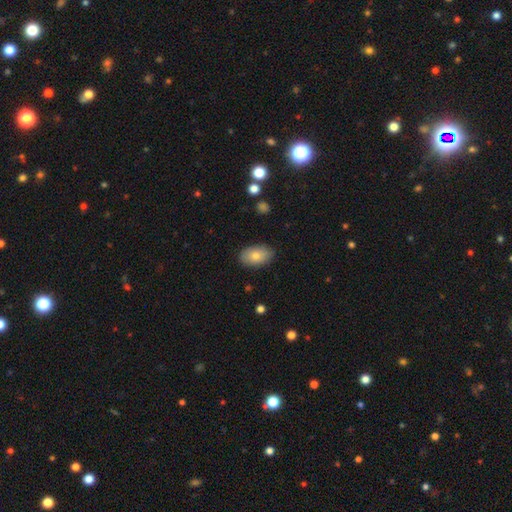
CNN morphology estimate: Smooth or featured? Predicted: smooth (p=0.78). How rounded? Predicted: in between (p=0.92). Merging? Predicted: none (p=0.86).